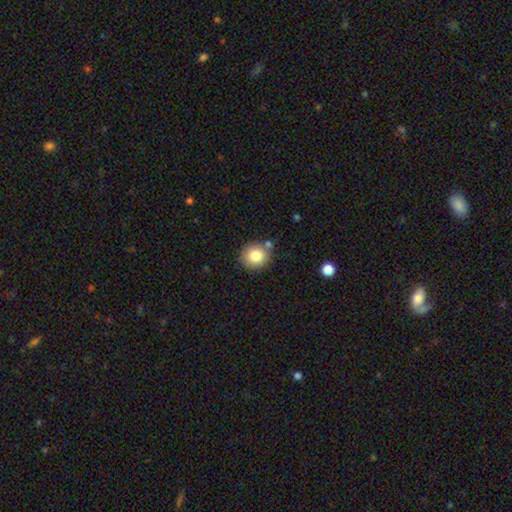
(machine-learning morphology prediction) smooth 82%, star or artifact 9%, featured or disk 9%. Down the decision tree: how rounded — round (84%); merging — none (77%).